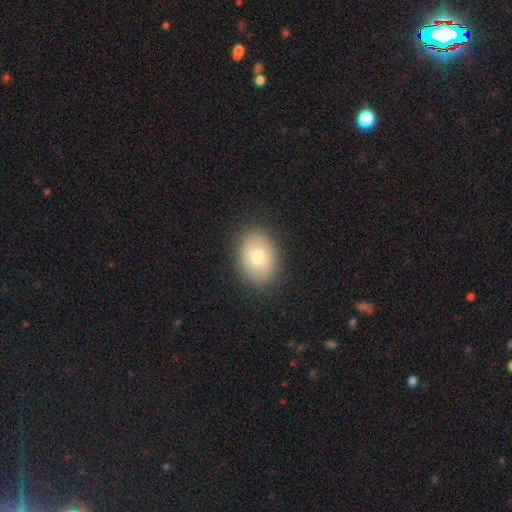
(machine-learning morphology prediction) The model was most divided on "how rounded": in between: 74%, round: 25%, cigar-shaped: 1%. More confident: merging — none (88%); smooth or featured — smooth (76%).